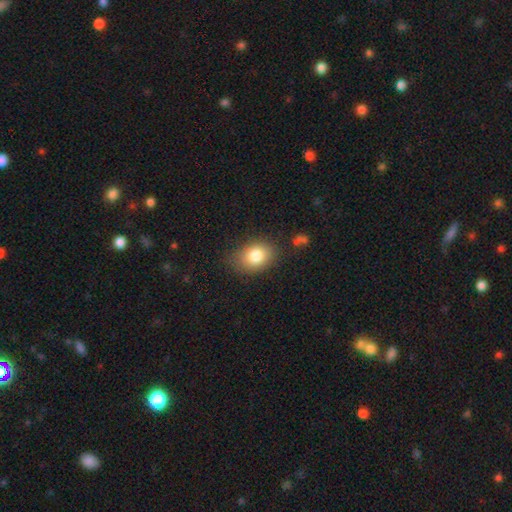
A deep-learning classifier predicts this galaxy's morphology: smooth_or_featured: smooth (p=0.82) [alt: featured or disk p=0.09]
how_rounded: in between (p=0.69) [alt: round p=0.30]
merging: none (p=0.75) [alt: minor disturbance p=0.17]